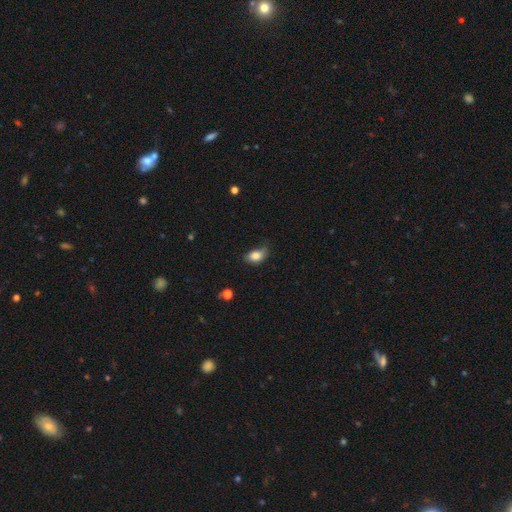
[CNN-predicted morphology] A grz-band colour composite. It shows a smooth galaxy with no disk features (84%) that is in between round and cigar-shaped (87%). Merging: none (53%).